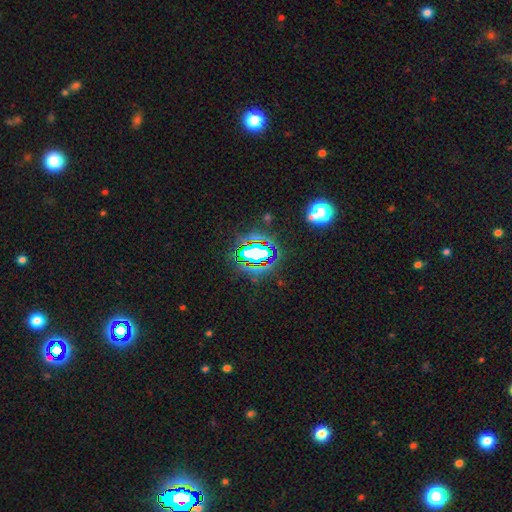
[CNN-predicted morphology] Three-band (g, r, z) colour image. It shows a star or artifact, not a galaxy (65%).